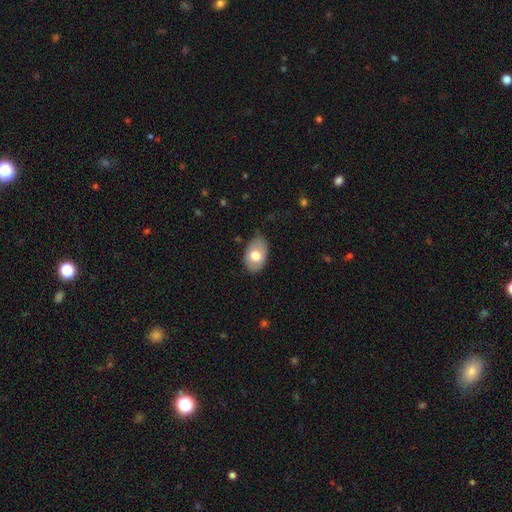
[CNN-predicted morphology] smooth-or-featured: smooth: 70% | featured or disk: 24% | star or artifact: 6%
  how-rounded: in between: 88% | round: 11% | cigar-shaped: 1%
  merging: none: 75% | minor disturbance: 20% | major disturbance: 4% | merger: 1%